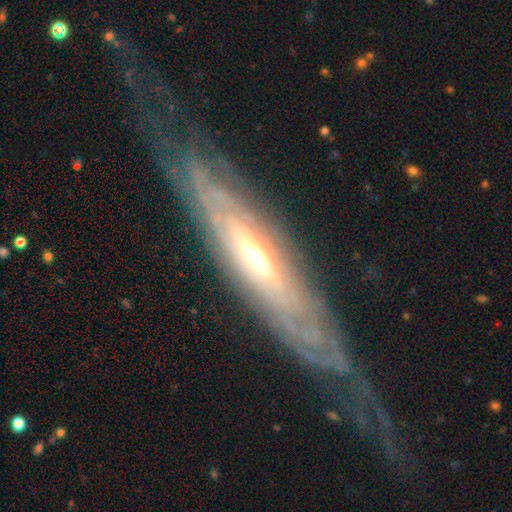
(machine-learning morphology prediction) Smooth or featured? Predicted: featured or disk (p=0.84). Edge-on disk? Predicted: no (p=0.56). Merging? Predicted: none (p=0.66).